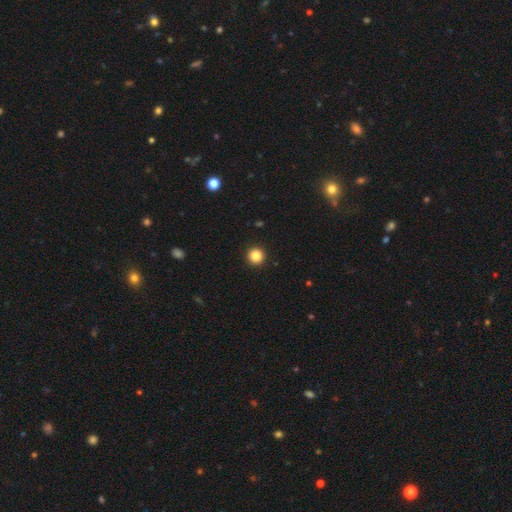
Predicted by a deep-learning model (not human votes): smooth-or-featured: smooth: 85% | star or artifact: 11% | featured or disk: 4%
  how-rounded: round: 95% | in between: 4% | cigar-shaped: 1%
  merging: none: 93% | minor disturbance: 4% | major disturbance: 2% | merger: 1%